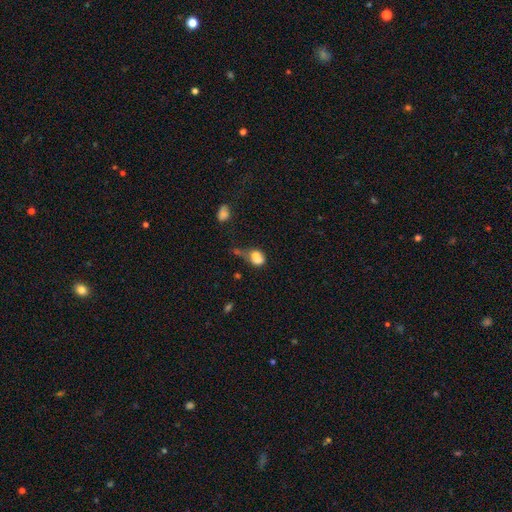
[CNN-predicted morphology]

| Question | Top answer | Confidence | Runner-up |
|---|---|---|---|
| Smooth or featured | smooth | 70% | featured or disk (19%) |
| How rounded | in between | 52% | round (45%) |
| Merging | merger | 51% | none (20%) |